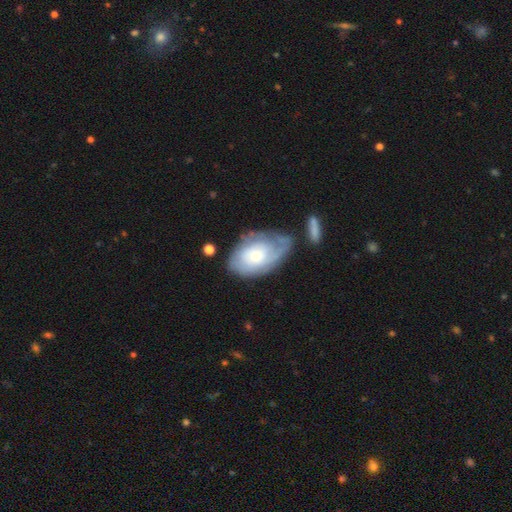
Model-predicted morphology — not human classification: A featured or disk galaxy (59%) with no bar (81%), spiral arms (76%) and a small central bulge (50%).

Vote fractions:
- Smooth or featured? featured or disk: 59% / smooth: 35% / star or artifact: 6%
- Edge-on disk? no: 95% / yes: 5%
- Bar? no: 81% / weak: 16% / strong: 3%
- Spiral arms? yes: 76% / no: 24%
- Bulge size? small: 50% / moderate: 38% / large: 8% / none: 2% / dominant: 2%
- Merging? none: 54% / minor disturbance: 26% / major disturbance: 15% / merger: 6%